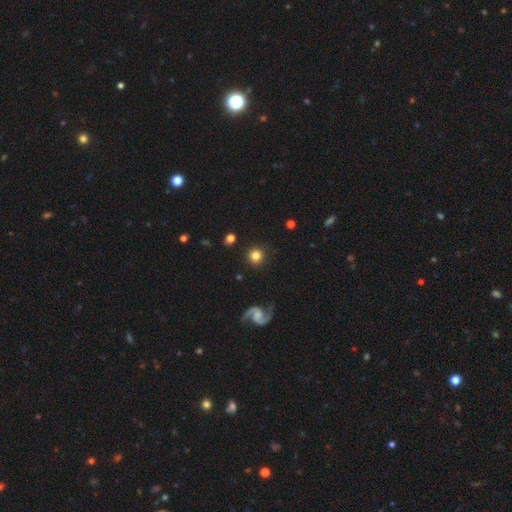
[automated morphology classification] This is likely a smooth galaxy (72%). How rounded: clearly round (95%). Merging: clearly none (90%).